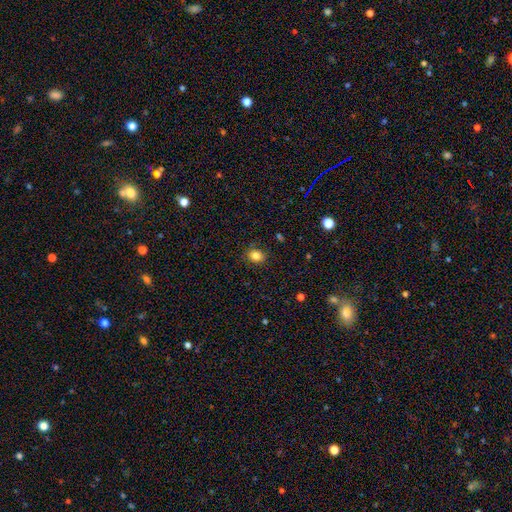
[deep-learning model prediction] Q: Smooth or featured?
A: smooth (84%); runner-up: star or artifact (11%)
Q: How rounded?
A: round (50%); runner-up: in between (49%)
Q: Merging?
A: none (85%); runner-up: minor disturbance (11%)